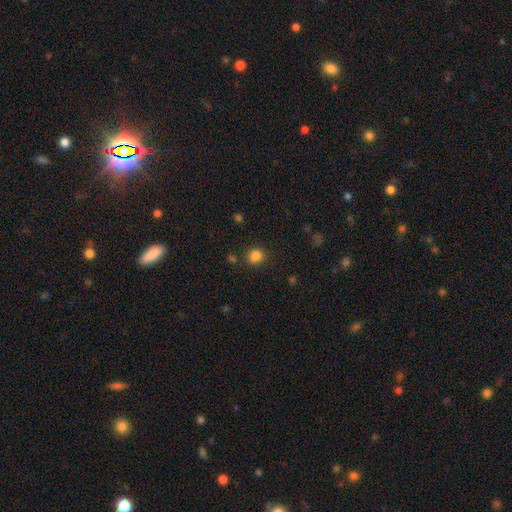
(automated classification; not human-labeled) Smooth or featured?
  - smooth: 83% *
  - star or artifact: 13%
  - featured or disk: 4%
How rounded?
  - round: 78% *
  - in between: 21%
  - cigar-shaped: 1%
Merging?
  - none: 80% *
  - minor disturbance: 12%
  - merger: 4%
  - major disturbance: 4%